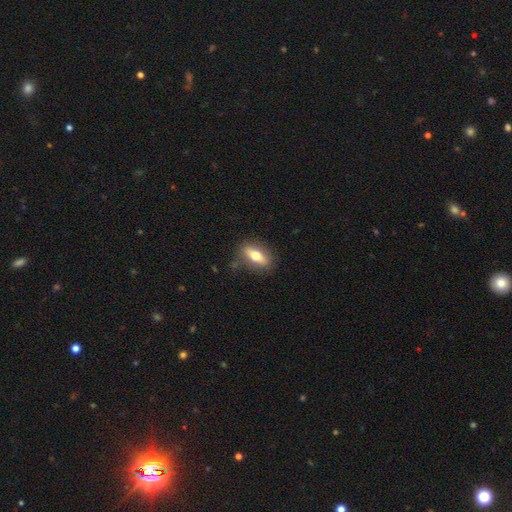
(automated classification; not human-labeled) This is likely a smooth galaxy (64%). How rounded: likely in between (72%). Merging: clearly none (81%).